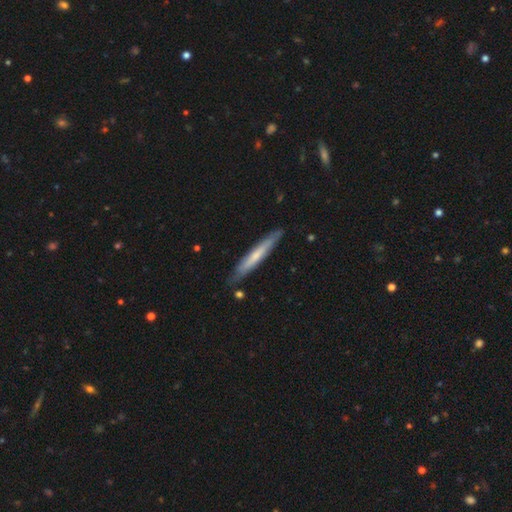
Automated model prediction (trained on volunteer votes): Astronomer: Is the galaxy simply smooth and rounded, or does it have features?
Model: smooth — 54% (runner-up: featured or disk, 41%).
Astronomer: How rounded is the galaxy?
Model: cigar-shaped — 94%.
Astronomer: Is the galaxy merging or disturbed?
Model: none — 84%.